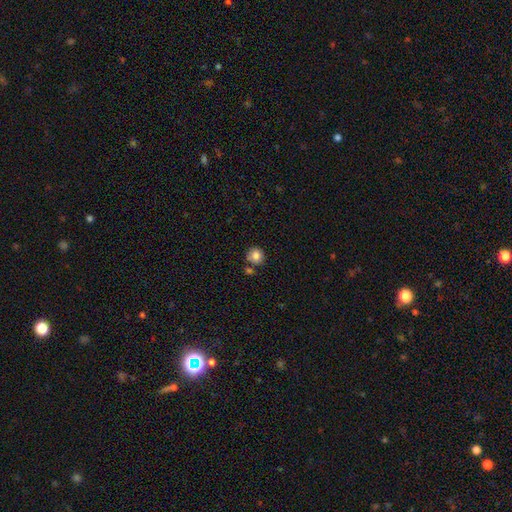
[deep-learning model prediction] Smooth or featured: smooth — 83% (star or artifact — 10%)
How rounded: round — 86% (in between — 14%)
Merging: none — 74% (minor disturbance — 12%)